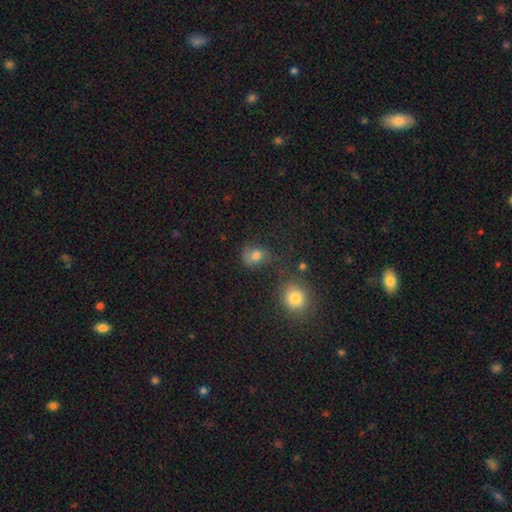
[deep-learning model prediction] Smooth or featured?
  - smooth: 70% *
  - featured or disk: 15%
  - star or artifact: 14%
How rounded?
  - round: 51% *
  - in between: 48%
  - cigar-shaped: 2%
Merging?
  - none: 48% *
  - minor disturbance: 24%
  - major disturbance: 17%
  - merger: 11%